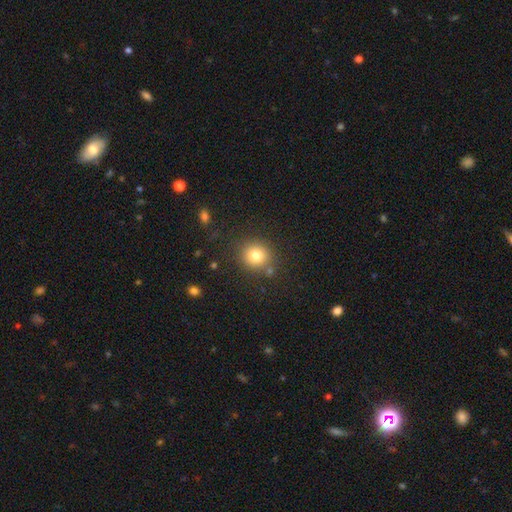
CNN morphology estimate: This appears to be a smooth galaxy with no disk features (80%) that is round (87%). Merging: none (82%).